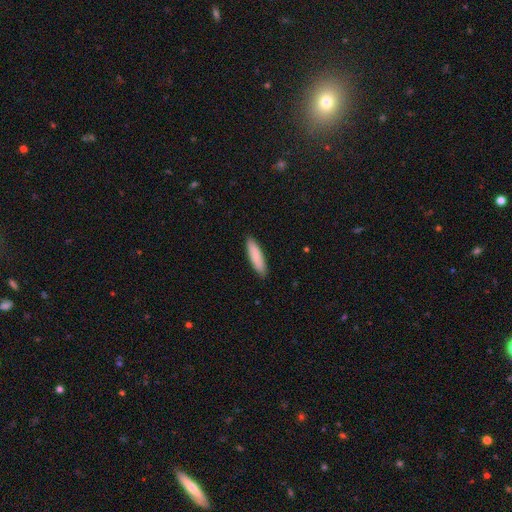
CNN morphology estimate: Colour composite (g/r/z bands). It shows a smooth galaxy with no disk features (87%) that is cigar-shaped (73%). Merging: none (89%).